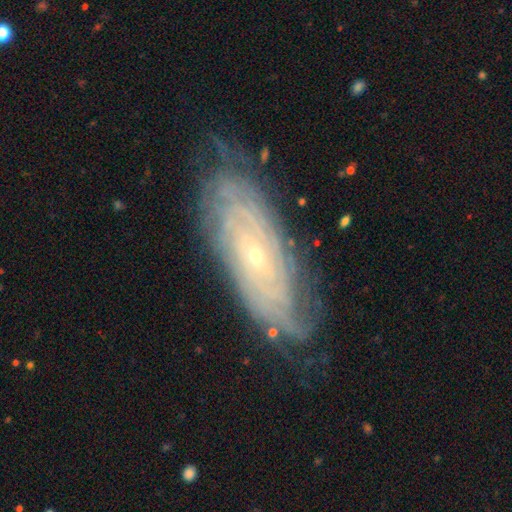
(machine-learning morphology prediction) Smooth or featured?
  - featured or disk: 83% *
  - smooth: 10%
  - star or artifact: 7%
Edge-on disk?
  - no: 89% *
  - yes: 11%
Bar?
  - no: 74% *
  - weak: 20%
  - strong: 6%
Spiral arms?
  - yes: 93% *
  - no: 7%
Spiral winding?
  - tight: 80% *
  - medium: 16%
  - loose: 4%
Spiral arm count?
  - can't tell: 53% *
  - 2: 12%
  - 4: 11%
  - more than 4: 11%
  - 3: 8%
  - 1: 5%
Bulge size?
  - small: 84% *
  - moderate: 13%
  - none: 1%
  - large: 1%
  - dominant: 1%
Merging?
  - none: 74% *
  - minor disturbance: 19%
  - major disturbance: 6%
  - merger: 2%